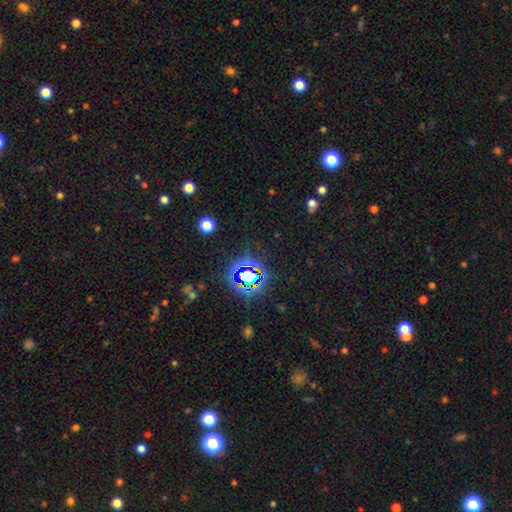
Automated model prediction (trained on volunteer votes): Smooth or featured?
  - star or artifact: 72% *
  - smooth: 21%
  - featured or disk: 7%